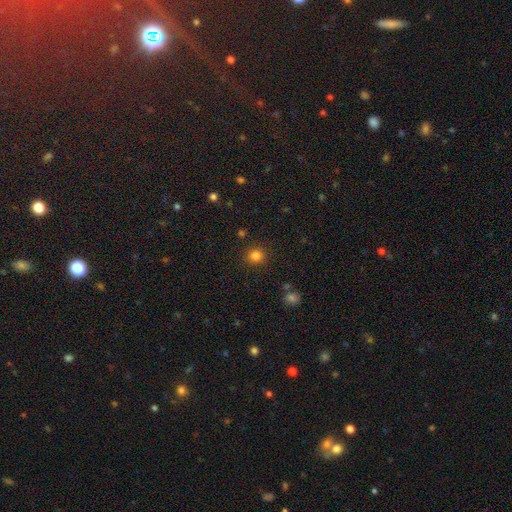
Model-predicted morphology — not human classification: Overall: smooth (82%). How rounded: round (90%). Merging: none (89%).